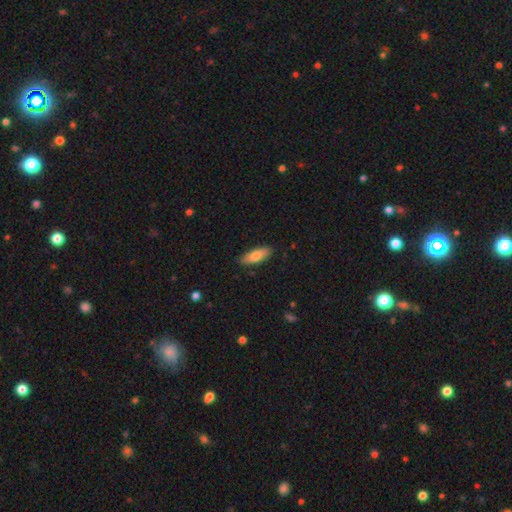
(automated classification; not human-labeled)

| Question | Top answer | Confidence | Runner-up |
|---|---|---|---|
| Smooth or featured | smooth | 77% | featured or disk (17%) |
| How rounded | in between | 65% | cigar-shaped (33%) |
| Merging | none | 87% | minor disturbance (10%) |